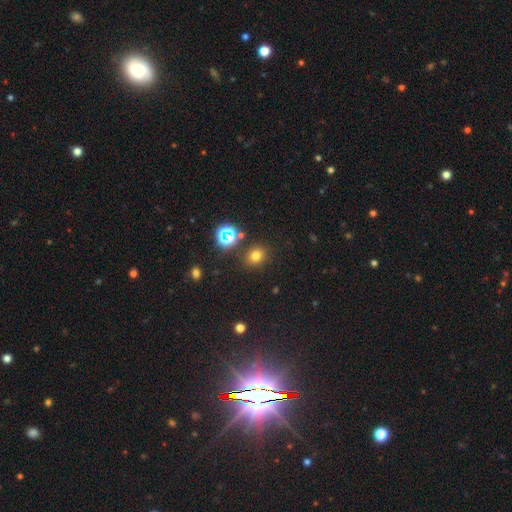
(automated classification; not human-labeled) smooth 70%, star or artifact 23%, featured or disk 7%. Down the decision tree: how rounded — round (73%); merging — none (84%).